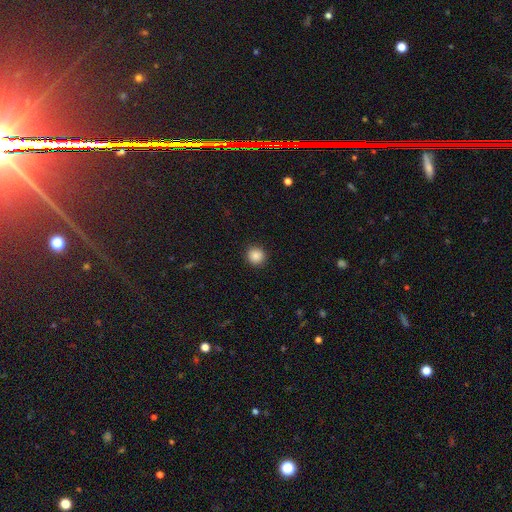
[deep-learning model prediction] Smooth or featured? Predicted: smooth (p=0.87). How rounded? Predicted: round (p=0.93). Merging? Predicted: none (p=0.92).